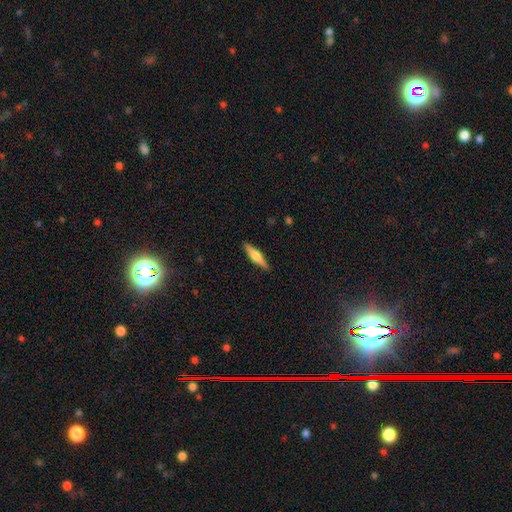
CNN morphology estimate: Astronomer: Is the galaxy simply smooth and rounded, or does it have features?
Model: featured or disk — 52% (runner-up: smooth, 42%).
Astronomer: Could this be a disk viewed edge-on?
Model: yes — 97%.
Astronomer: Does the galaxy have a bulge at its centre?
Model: rounded — 84%.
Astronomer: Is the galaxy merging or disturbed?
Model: none — 90%.